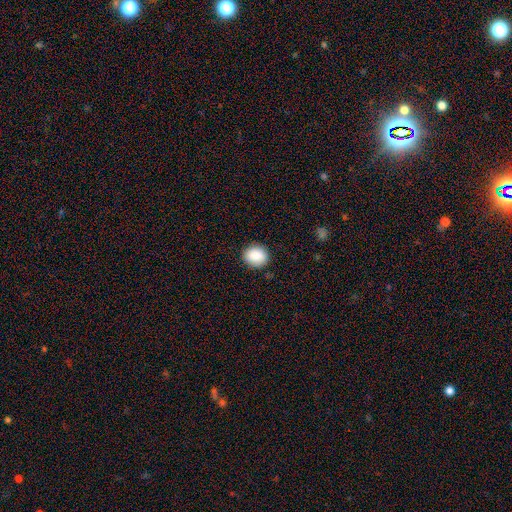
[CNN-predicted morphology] smooth 89%, star or artifact 8%, featured or disk 4%. Down the decision tree: how rounded — round (67%); merging — none (88%).